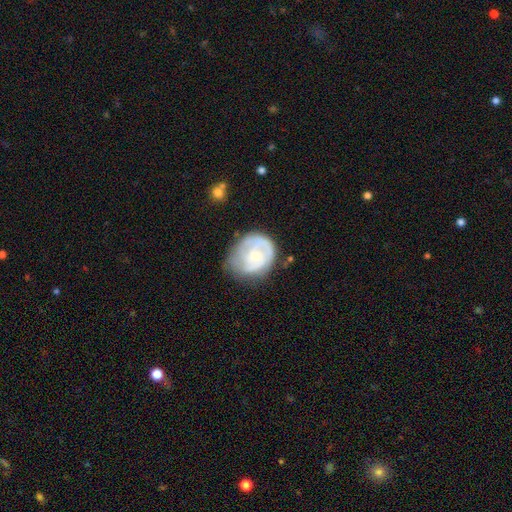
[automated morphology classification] featured or disk 67%, smooth 28%, star or artifact 6%. Down the decision tree: edge-on disk — no (98%); bar — no (67%); spiral arms — yes (80%); spiral arm count — 2 (37%); spiral winding — tight (56%); bulge size — small (57%); merging — none (52%).